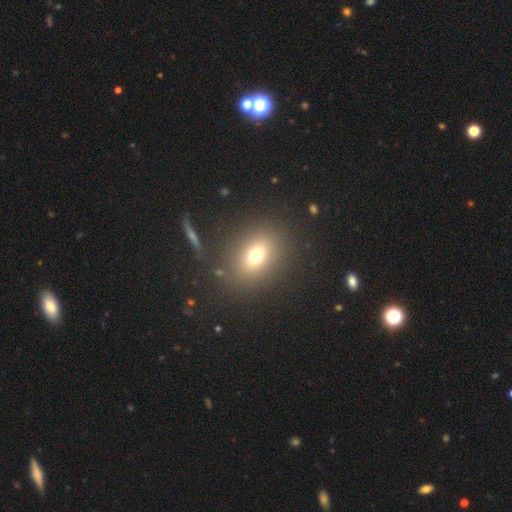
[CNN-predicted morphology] Smooth or featured? smooth (71%)
How rounded? in between (55%)
Merging? none (84%)